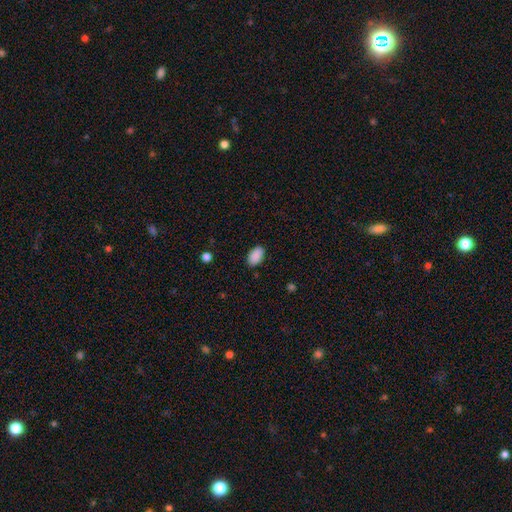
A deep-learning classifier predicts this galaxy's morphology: Overall: smooth (90%). How rounded: in between (93%). Merging: none (87%).